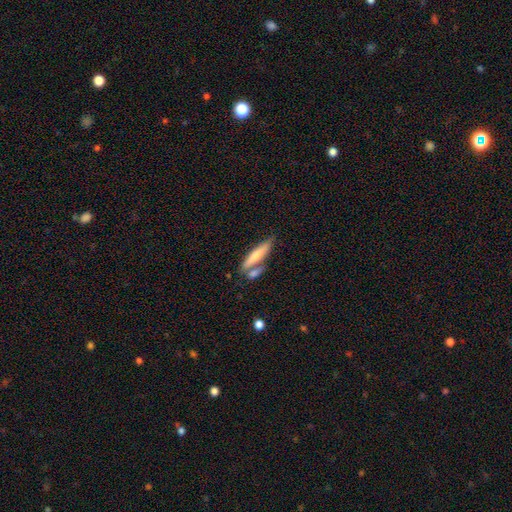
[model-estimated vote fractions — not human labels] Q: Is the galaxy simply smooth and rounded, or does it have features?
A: smooth — 61%.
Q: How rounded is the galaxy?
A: cigar-shaped — 78%.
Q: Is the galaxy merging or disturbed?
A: none — 52%.